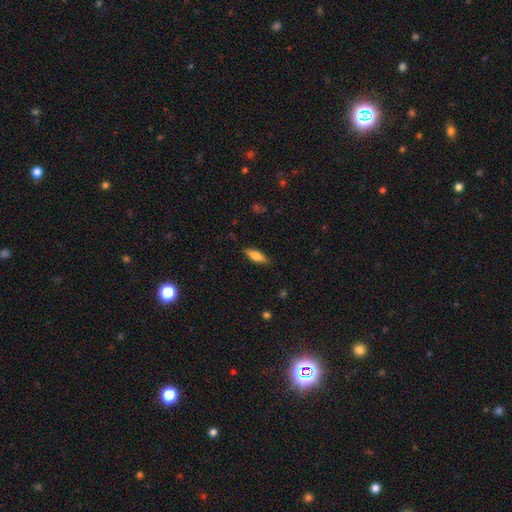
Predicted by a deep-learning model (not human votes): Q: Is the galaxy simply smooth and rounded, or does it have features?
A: smooth — 68%.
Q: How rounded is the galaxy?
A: in between — 52%.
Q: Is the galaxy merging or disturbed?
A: none — 85%.